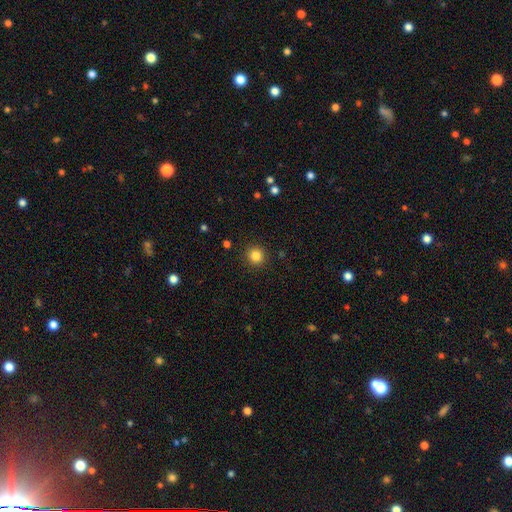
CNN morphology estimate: Smooth or featured: smooth — 84% (star or artifact — 11%)
How rounded: round — 94% (in between — 5%)
Merging: none — 92% (minor disturbance — 5%)